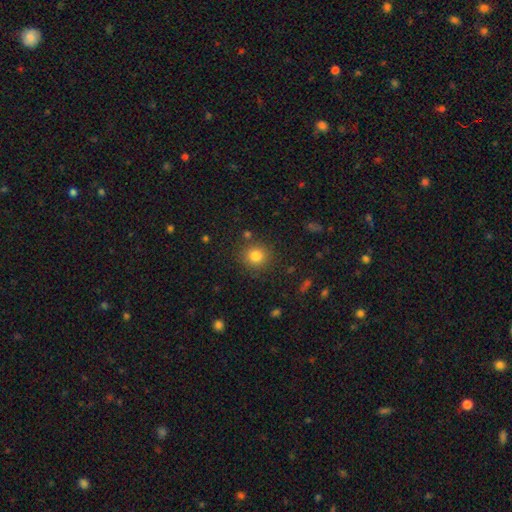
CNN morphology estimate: type=smooth (82%); roundness=round (89%); merging=none (85%).